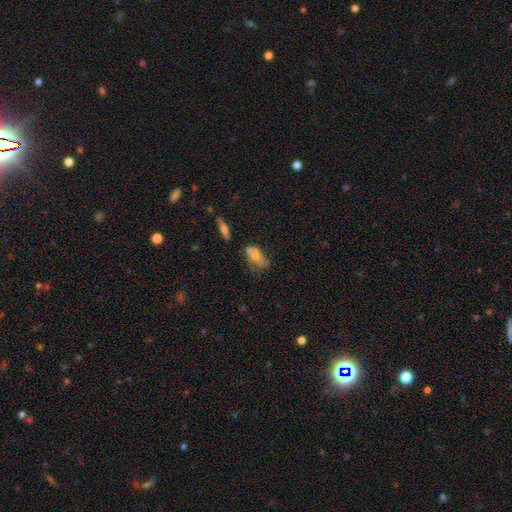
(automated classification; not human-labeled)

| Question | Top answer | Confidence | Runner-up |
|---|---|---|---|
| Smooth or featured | smooth | 66% | featured or disk (24%) |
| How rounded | in between | 88% | cigar-shaped (7%) |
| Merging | none | 38% | minor disturbance (29%) |